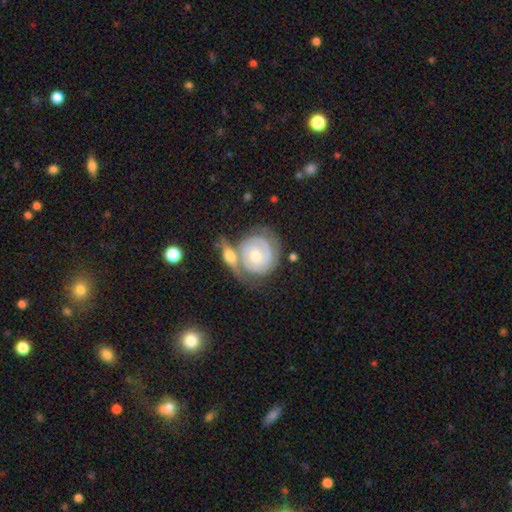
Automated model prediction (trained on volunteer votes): Smooth or featured: featured or disk — 84% (smooth — 12%)
Edge-on disk: no — 97% (yes — 3%)
Bar: no — 75% (weak — 20%)
Spiral arms: yes — 92% (no — 8%)
Spiral winding: tight — 78% (medium — 17%)
Spiral arm count: 2 — 61% (can't tell — 16%)
Bulge size: moderate — 61% (small — 33%)
Merging: none — 49% (merger — 27%)